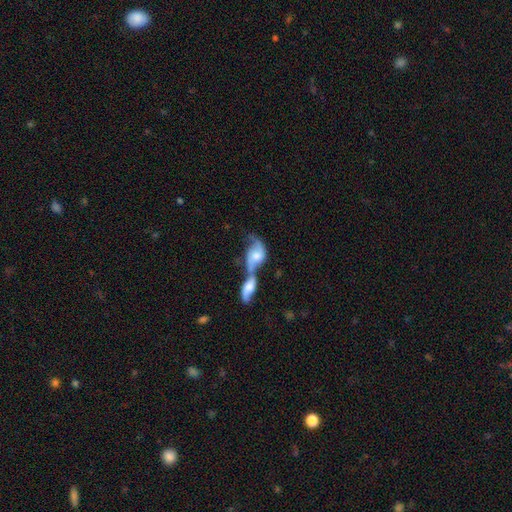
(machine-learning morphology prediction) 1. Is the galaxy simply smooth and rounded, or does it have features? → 63% featured or disk, 31% smooth, 7% star or artifact.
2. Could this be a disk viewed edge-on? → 92% no, 8% yes.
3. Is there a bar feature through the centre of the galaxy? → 63% no, 30% weak, 8% strong.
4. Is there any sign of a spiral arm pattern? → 86% yes, 14% no.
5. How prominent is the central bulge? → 39% moderate, 22% small, 20% large, 15% none, 4% dominant.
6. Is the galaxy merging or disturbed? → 78% merger, 9% none, 7% major disturbance, 5% minor disturbance.